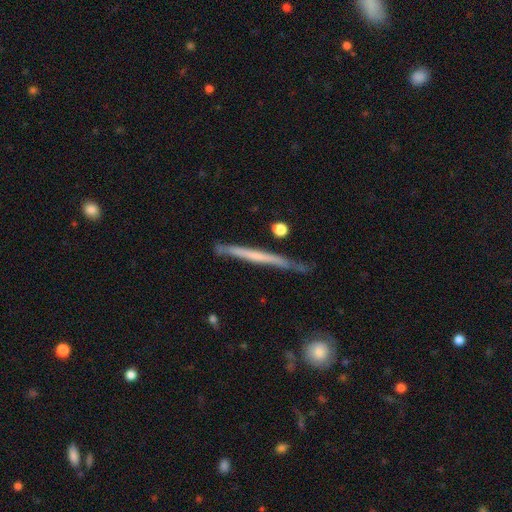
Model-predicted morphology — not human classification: Smooth or featured? featured or disk (58%)
Edge-on disk? yes (95%)
Edge-on bulge? none (82%)
Merging? none (73%)